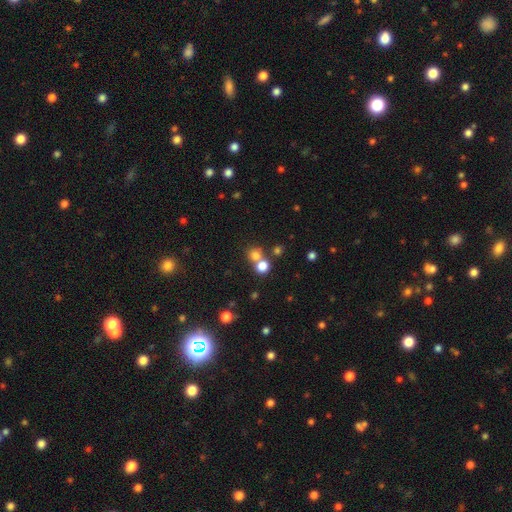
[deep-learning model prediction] Smooth or featured: smooth — 74% (star or artifact — 18%)
How rounded: round — 86% (in between — 13%)
Merging: none — 54% (merger — 36%)